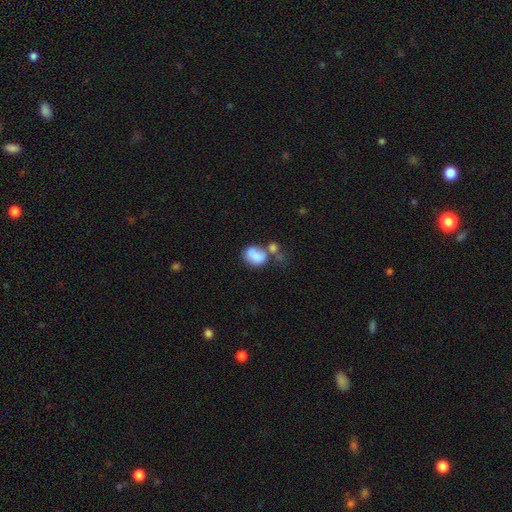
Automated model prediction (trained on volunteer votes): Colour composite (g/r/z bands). It shows a smooth galaxy with no disk features (78%) that is in between round and cigar-shaped (64%). Merging: merger (43%).